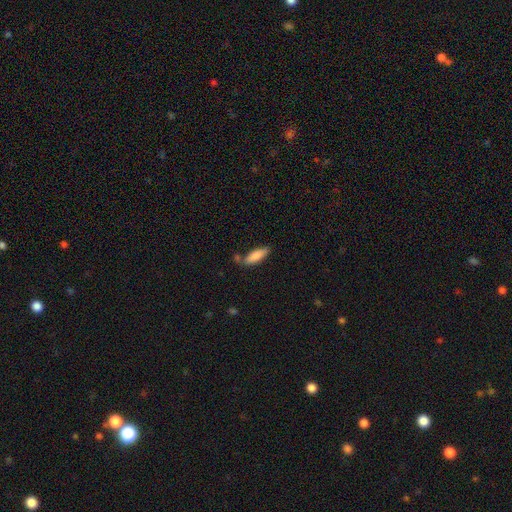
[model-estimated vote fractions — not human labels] smooth 82%, featured or disk 11%, star or artifact 7%. Down the decision tree: how rounded — in between (55%); merging — none (64%).